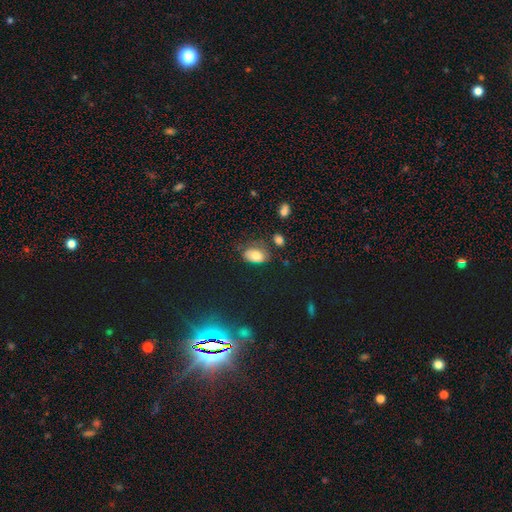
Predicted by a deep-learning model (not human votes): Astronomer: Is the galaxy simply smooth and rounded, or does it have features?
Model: smooth — 73%.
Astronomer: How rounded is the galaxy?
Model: in between — 87%.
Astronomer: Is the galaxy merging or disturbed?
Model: none — 60%.